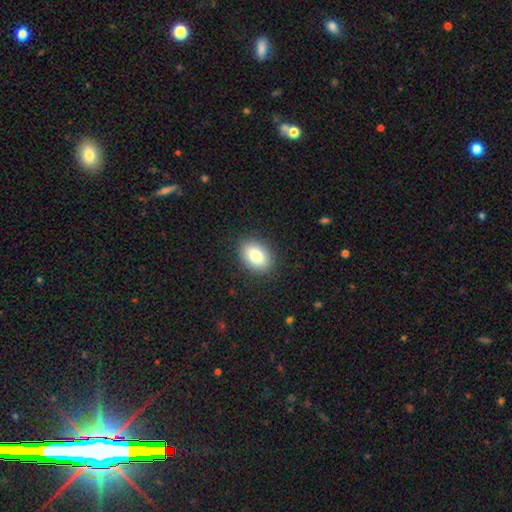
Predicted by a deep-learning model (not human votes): The model was most divided on "how rounded": in between: 77%, round: 22%, cigar-shaped: 1%. More confident: merging — none (88%); smooth or featured — smooth (81%).